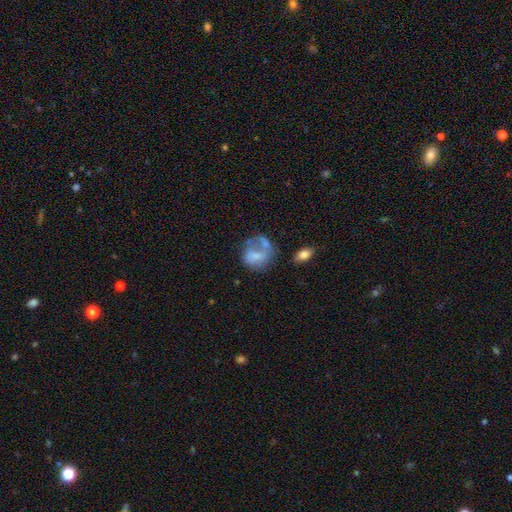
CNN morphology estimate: Smooth or featured: smooth — 52% (featured or disk — 39%)
How rounded: round — 57% (in between — 42%)
Merging: none — 33% (major disturbance — 24%)